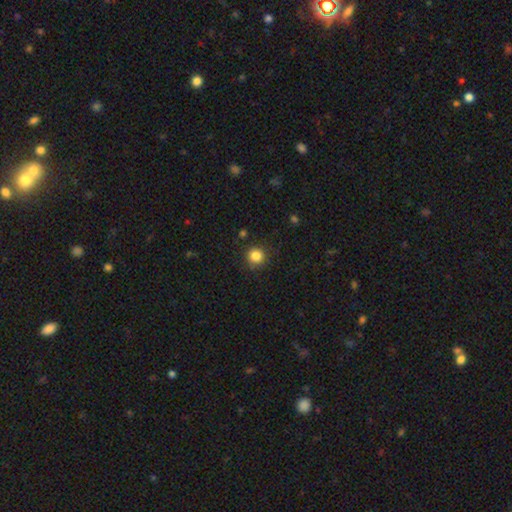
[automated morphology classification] This appears to be a smooth galaxy with no disk features (84%) that is round (93%). Merging: none (87%).